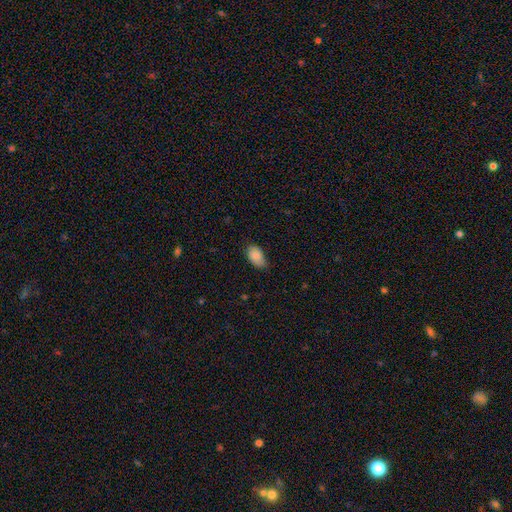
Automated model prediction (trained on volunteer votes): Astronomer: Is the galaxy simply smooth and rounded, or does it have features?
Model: smooth — 83%.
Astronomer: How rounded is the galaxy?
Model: in between — 92%.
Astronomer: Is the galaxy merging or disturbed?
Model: none — 64%.